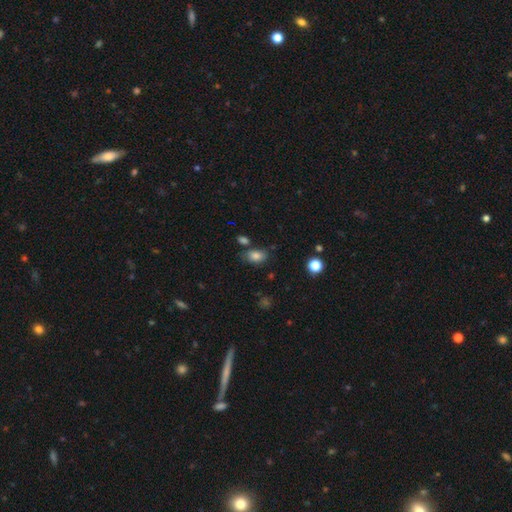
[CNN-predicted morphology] The model was most divided on "merging": none: 70%, minor disturbance: 16%, merger: 9%, major disturbance: 5%. More confident: how rounded — in between (86%); smooth or featured — smooth (82%).